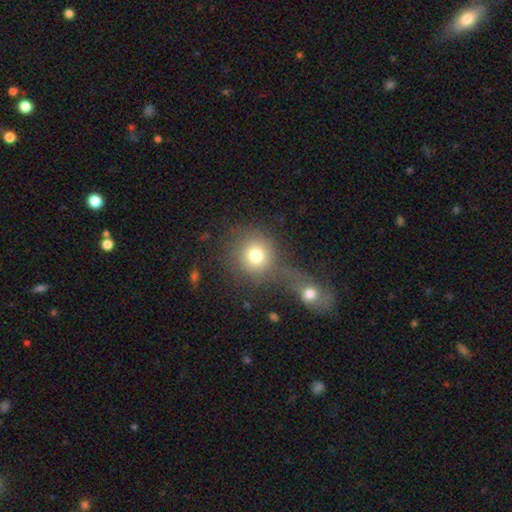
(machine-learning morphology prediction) smooth_or_featured: smooth (p=0.76) [alt: featured or disk p=0.13]
how_rounded: round (p=0.89) [alt: in between p=0.10]
merging: none (p=0.46) [alt: merger p=0.37]